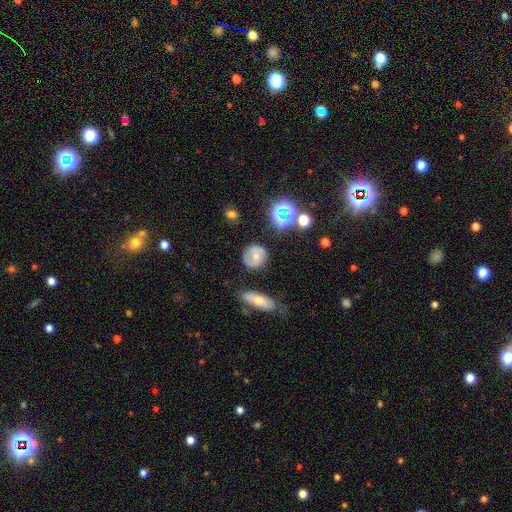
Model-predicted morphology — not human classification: type=smooth (48%); merging=none (75%).